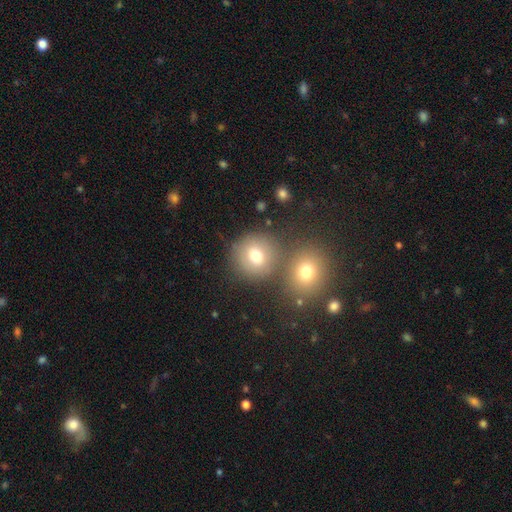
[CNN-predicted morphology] Smooth or featured?
  - smooth: 74% *
  - star or artifact: 13%
  - featured or disk: 13%
How rounded?
  - round: 85% *
  - in between: 14%
  - cigar-shaped: 1%
Merging?
  - none: 62% *
  - merger: 25%
  - minor disturbance: 9%
  - major disturbance: 4%